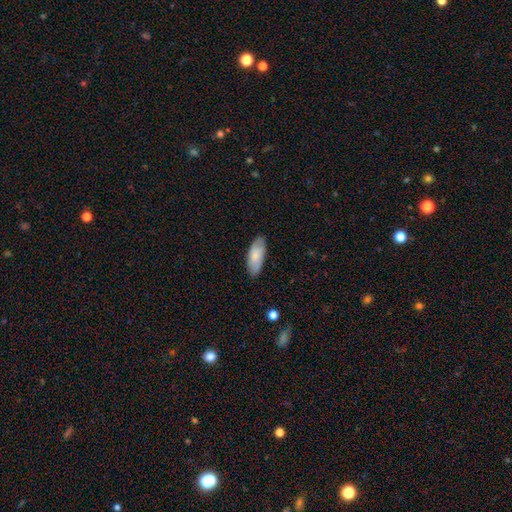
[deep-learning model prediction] Smooth or featured? Predicted: smooth (p=0.77). How rounded? Predicted: in between (p=0.82). Merging? Predicted: none (p=0.82).